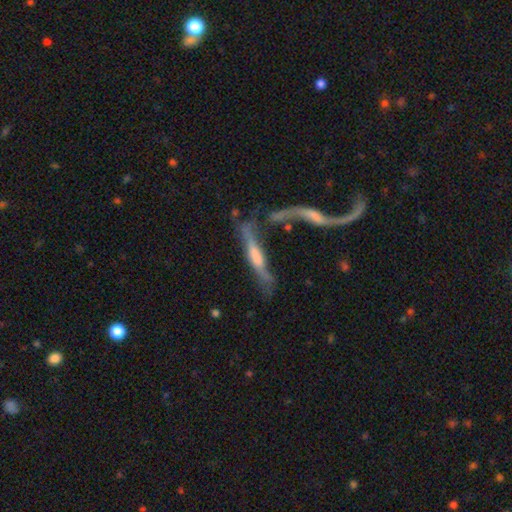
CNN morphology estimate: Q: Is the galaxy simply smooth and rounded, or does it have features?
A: featured or disk — 63%.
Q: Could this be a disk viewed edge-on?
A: yes — 71%.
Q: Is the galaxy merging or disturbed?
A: merger — 35%.